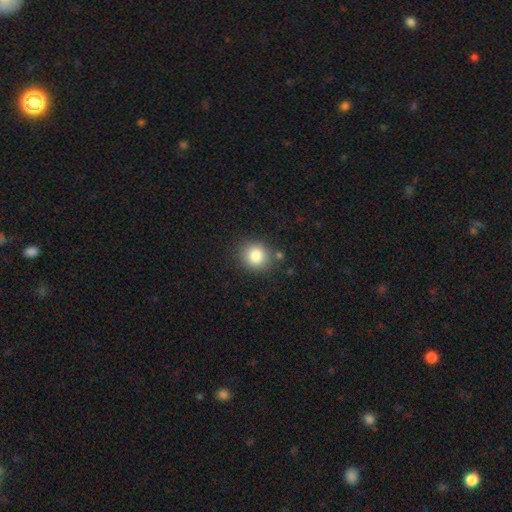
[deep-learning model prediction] Smooth or featured? smooth (84%)
How rounded? round (82%)
Merging? none (82%)